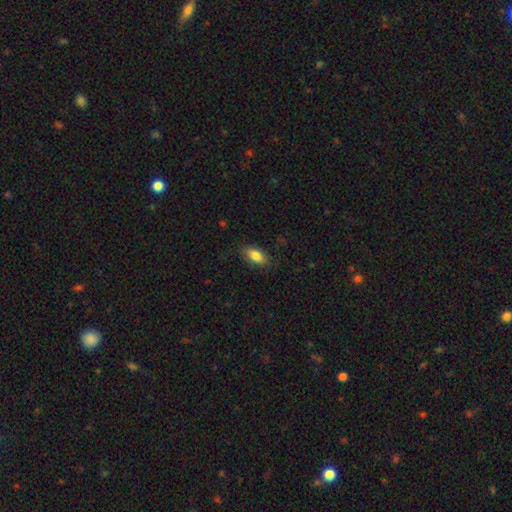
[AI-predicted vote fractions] Smooth or featured?
  - smooth: 80% *
  - featured or disk: 12%
  - star or artifact: 7%
How rounded?
  - in between: 87% *
  - cigar-shaped: 10%
  - round: 4%
Merging?
  - none: 81% *
  - minor disturbance: 15%
  - major disturbance: 3%
  - merger: 1%